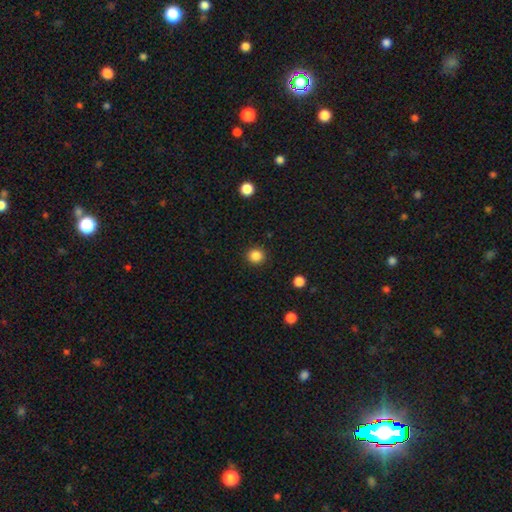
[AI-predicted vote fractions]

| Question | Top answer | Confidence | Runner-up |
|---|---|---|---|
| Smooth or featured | smooth | 86% | star or artifact (11%) |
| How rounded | round | 92% | in between (7%) |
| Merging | none | 91% | minor disturbance (6%) |